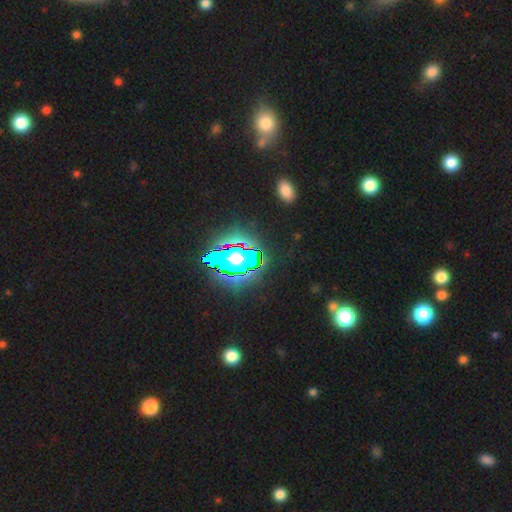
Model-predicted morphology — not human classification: type=star or artifact (74%).